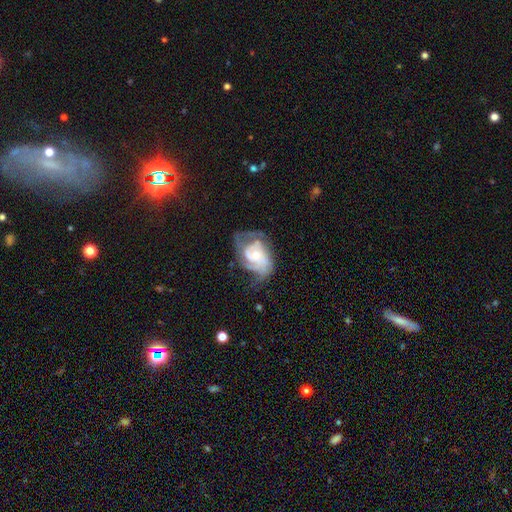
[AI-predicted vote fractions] A featured or disk galaxy (83%) with no bar (69%), 2 (35%) tight (47%) spiral arms (93%) and a small central bulge (47%). Merging: none (48%).